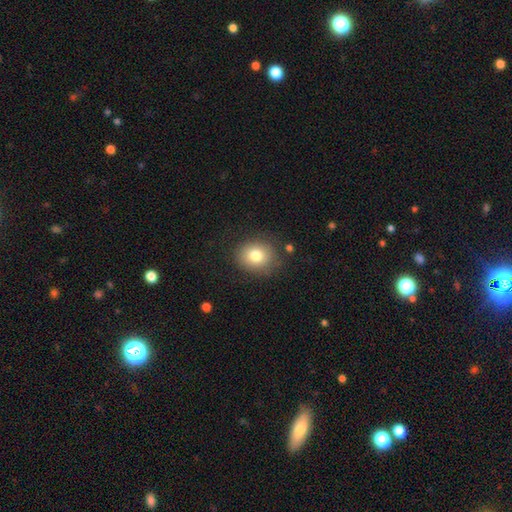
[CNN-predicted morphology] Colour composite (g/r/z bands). It shows a smooth galaxy with no disk features (79%) that is round (69%). Merging: none (83%).